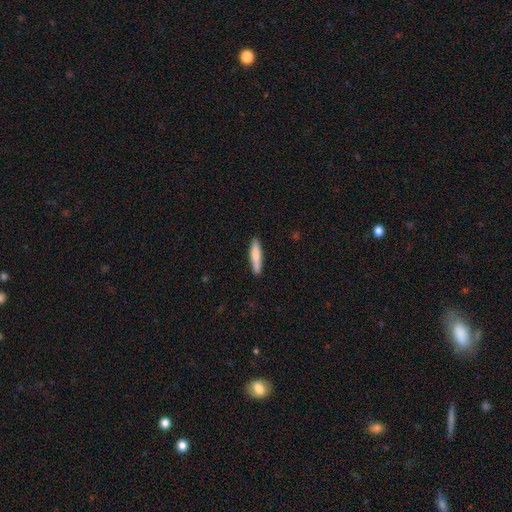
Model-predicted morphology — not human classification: Q: Smooth or featured?
A: smooth (79%); runner-up: featured or disk (15%)
Q: How rounded?
A: cigar-shaped (84%); runner-up: in between (14%)
Q: Merging?
A: none (87%); runner-up: minor disturbance (10%)